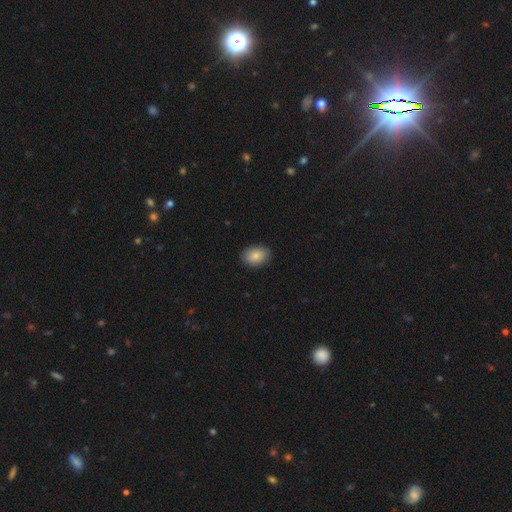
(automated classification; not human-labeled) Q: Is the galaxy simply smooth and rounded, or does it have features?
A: smooth — 85%.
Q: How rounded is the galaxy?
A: in between — 82%.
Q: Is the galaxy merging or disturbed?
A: none — 87%.